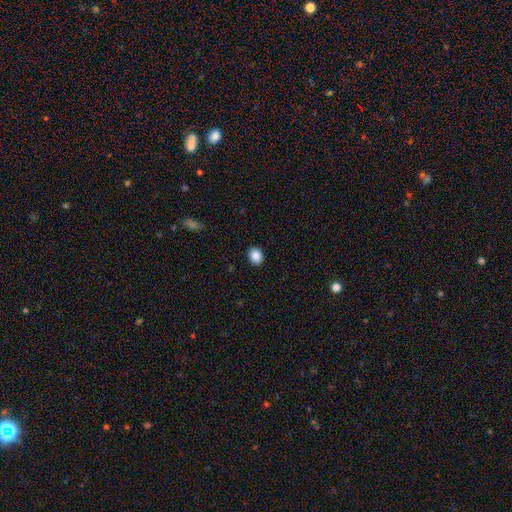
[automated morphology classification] This is clearly a smooth galaxy (88%). How rounded: possibly round (58%). Merging: clearly none (91%).